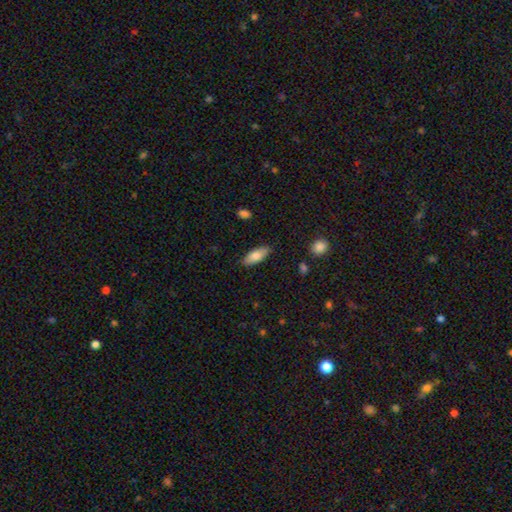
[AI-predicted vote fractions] Overall: smooth (78%). How rounded: in between (81%). Merging: none (84%).